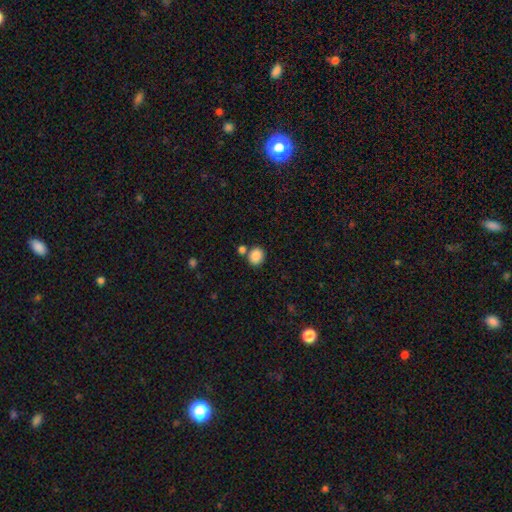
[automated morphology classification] smooth_or_featured: smooth (p=0.87) [alt: star or artifact p=0.09]
how_rounded: round (p=0.64) [alt: in between p=0.35]
merging: none (p=0.71) [alt: merger p=0.16]